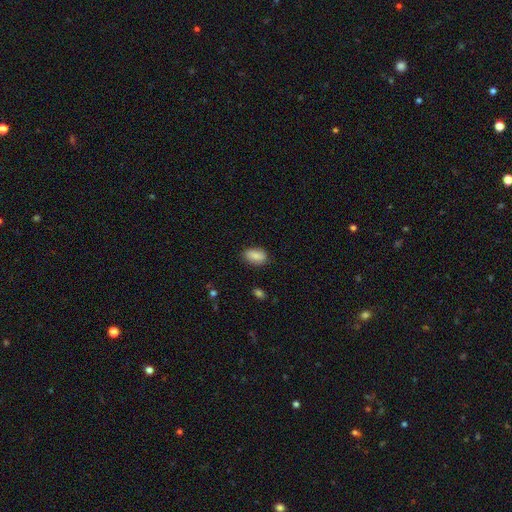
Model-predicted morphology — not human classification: smooth 85%, star or artifact 7%, featured or disk 7%. Down the decision tree: how rounded — in between (90%); merging — none (82%).